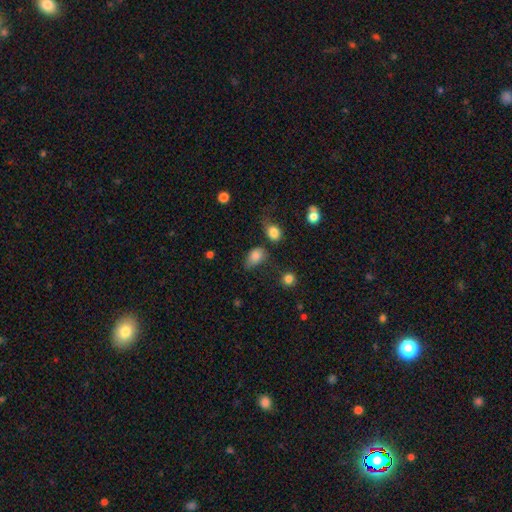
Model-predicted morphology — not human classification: type=smooth (82%); roundness=in between (79%); merging=none (39%).